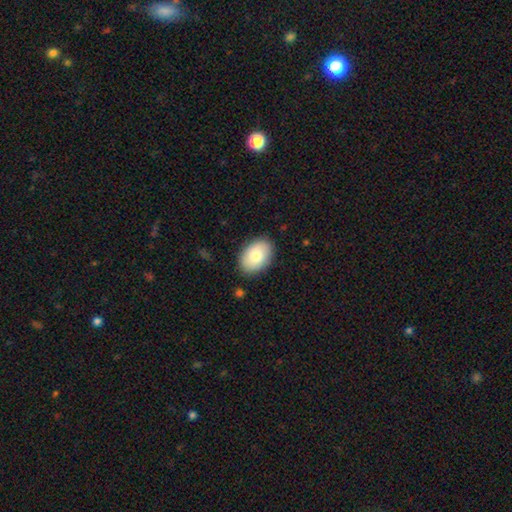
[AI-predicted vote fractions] smooth 80%, featured or disk 14%, star or artifact 6%. Down the decision tree: how rounded — in between (86%); merging — none (87%).